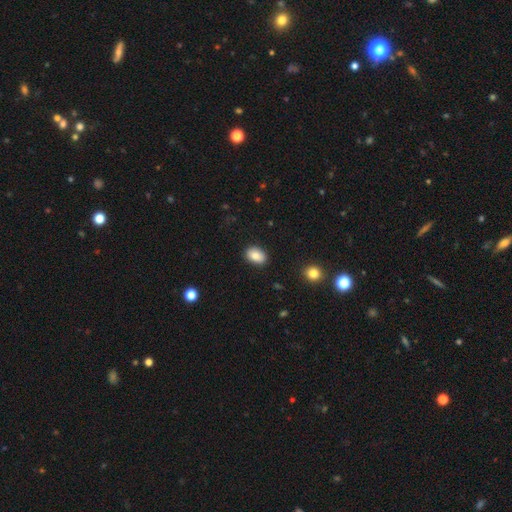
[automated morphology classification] A smooth galaxy with no disk features (86%) that is in between round and cigar-shaped (83%). Merging: none (88%).